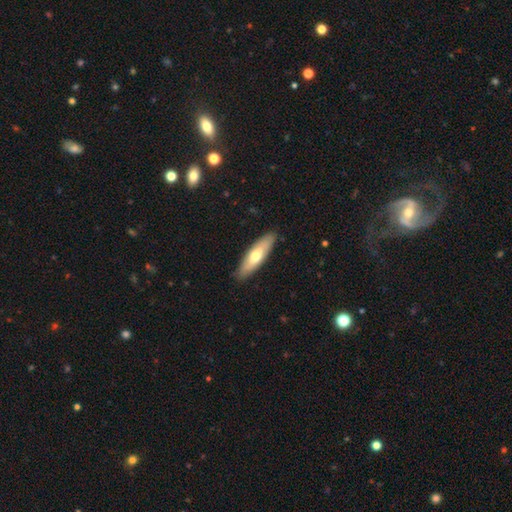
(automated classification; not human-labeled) This appears to be a smooth galaxy with no disk features (60%) that is cigar-shaped (59%). Merging: none (88%).